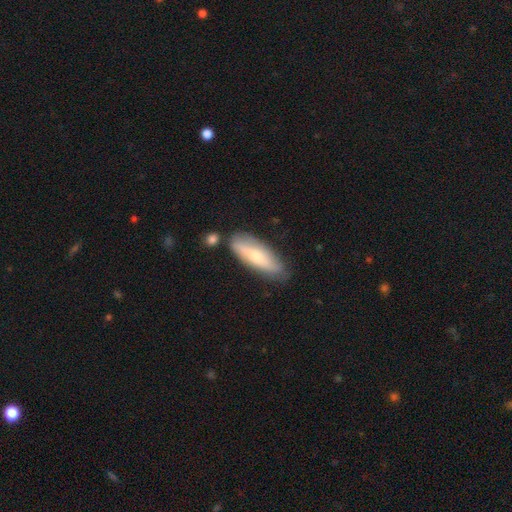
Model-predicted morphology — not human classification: smooth-or-featured: smooth: 59% | featured or disk: 35% | star or artifact: 6%
  how-rounded: in between: 52% | cigar-shaped: 46% | round: 2%
  merging: none: 69% | minor disturbance: 19% | merger: 7% | major disturbance: 4%